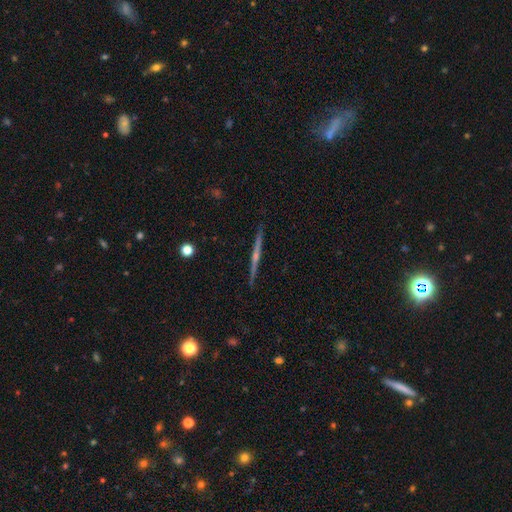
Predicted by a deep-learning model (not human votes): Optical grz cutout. It shows a featured or disk galaxy (55%) viewed edge-on (90%). Merging: none (85%).